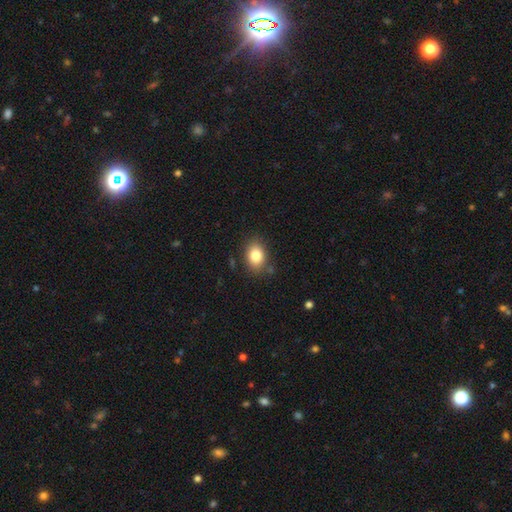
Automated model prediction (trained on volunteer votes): This is clearly a smooth galaxy (83%). How rounded: likely in between (75%). Merging: clearly none (82%).